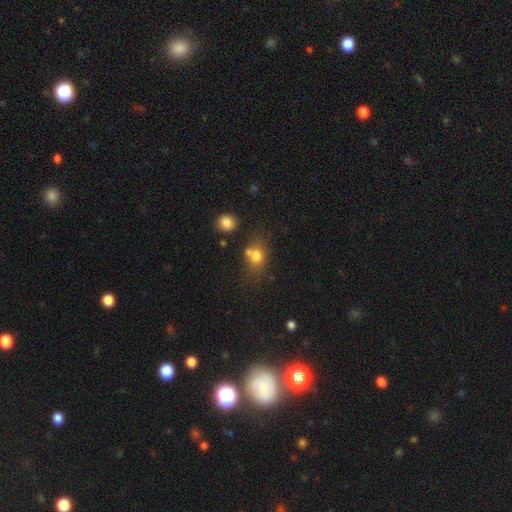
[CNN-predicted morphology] This is likely a smooth galaxy (75%). How rounded: possibly round (50%). Merging: possibly none (51%).